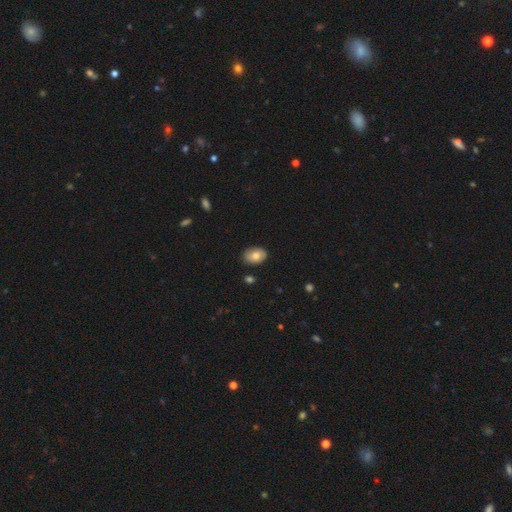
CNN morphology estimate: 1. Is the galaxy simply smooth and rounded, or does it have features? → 79% smooth, 14% featured or disk, 7% star or artifact.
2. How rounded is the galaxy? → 81% in between, 17% round, 1% cigar-shaped.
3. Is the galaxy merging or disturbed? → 86% none, 10% minor disturbance, 2% major disturbance, 1% merger.